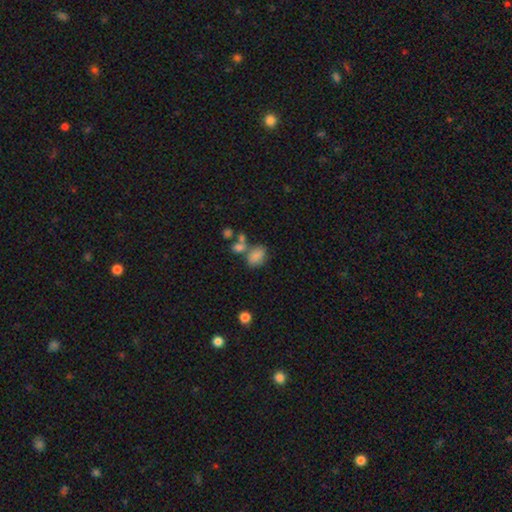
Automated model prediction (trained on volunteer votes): Q: Smooth or featured?
A: smooth (80%); runner-up: star or artifact (11%)
Q: How rounded?
A: in between (73%); runner-up: round (25%)
Q: Merging?
A: none (48%); runner-up: merger (30%)